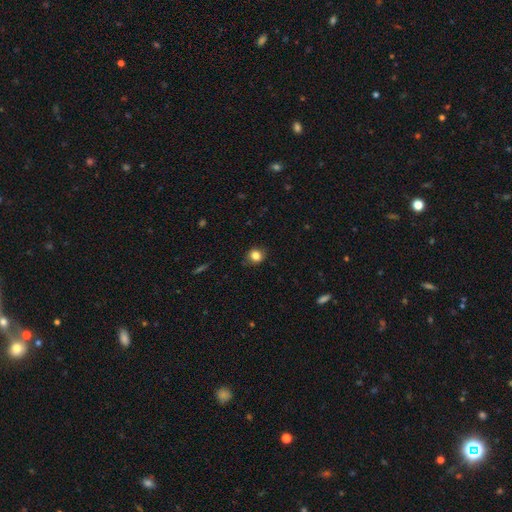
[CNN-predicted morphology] Smooth or featured? Predicted: smooth (p=0.83). How rounded? Predicted: round (p=0.77). Merging? Predicted: none (p=0.83).